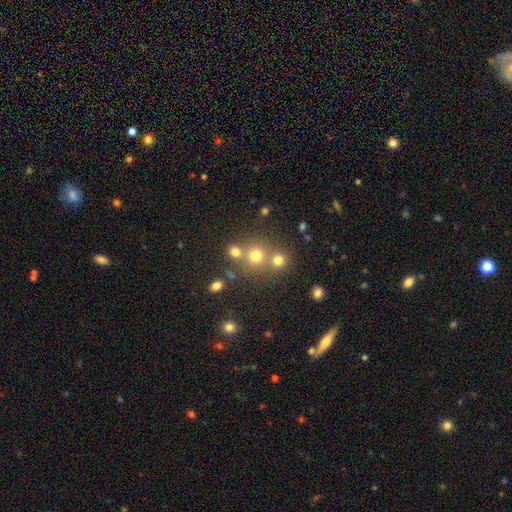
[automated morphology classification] A smooth galaxy with no disk features (72%) that is round (88%).

Vote fractions:
- Smooth or featured? smooth: 72% / star or artifact: 18% / featured or disk: 10%
- How rounded? round: 88% / in between: 11% / cigar-shaped: 1%
- Merging? none: 58% / merger: 31% / minor disturbance: 8% / major disturbance: 4%